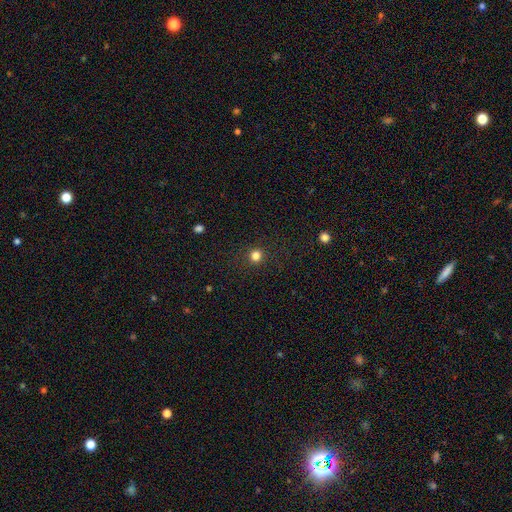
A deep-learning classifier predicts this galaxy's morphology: smooth 81%, star or artifact 15%, featured or disk 4%. Down the decision tree: how rounded — round (94%); merging — none (91%).